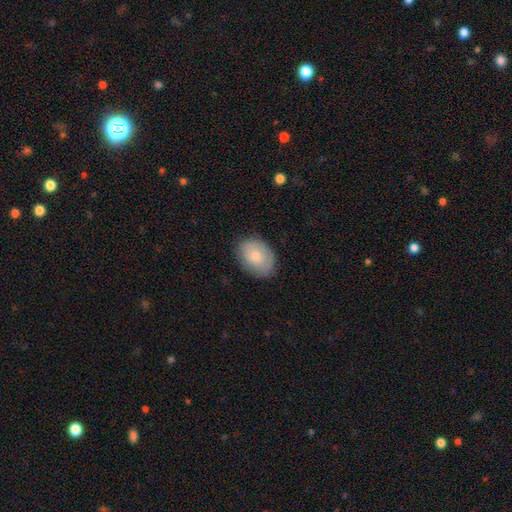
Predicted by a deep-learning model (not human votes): Smooth or featured? Predicted: smooth (p=0.77). How rounded? Predicted: in between (p=0.76). Merging? Predicted: none (p=0.78).